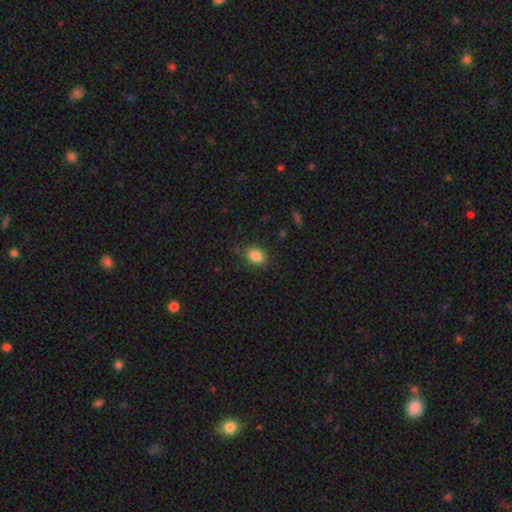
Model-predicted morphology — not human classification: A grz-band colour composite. It shows a smooth galaxy with no disk features (85%) that is in between round and cigar-shaped (61%). Merging: none (83%).